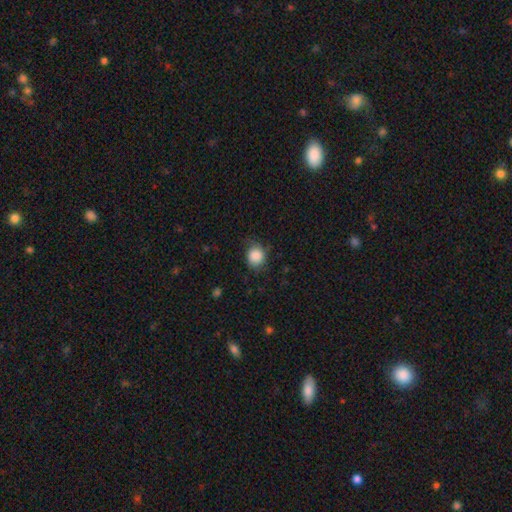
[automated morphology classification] type=smooth (86%); roundness=round (73%); merging=none (67%).